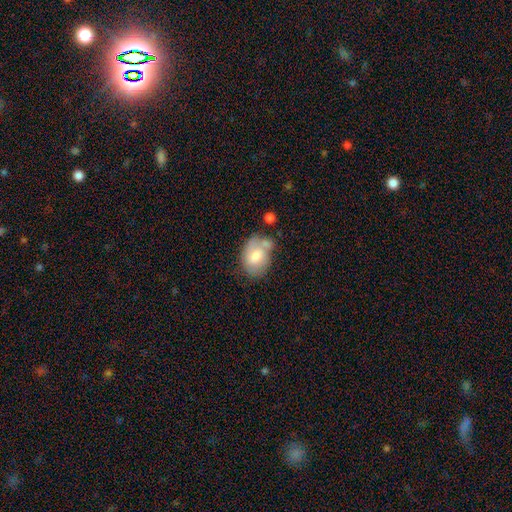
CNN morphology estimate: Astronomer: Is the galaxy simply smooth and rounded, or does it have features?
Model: smooth — 67%.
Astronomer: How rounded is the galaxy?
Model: in between — 74%.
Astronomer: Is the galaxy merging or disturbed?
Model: none — 43% (runner-up: minor disturbance, 26%).